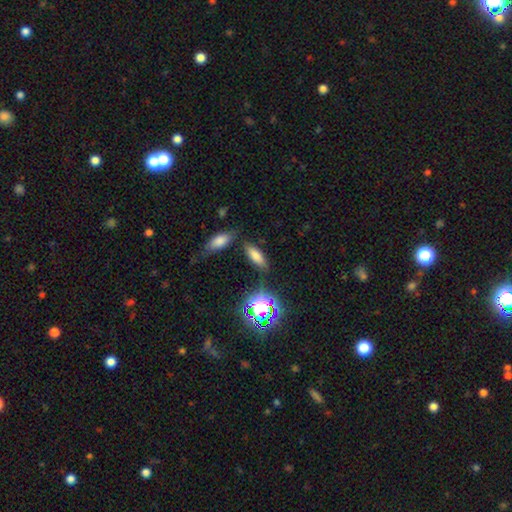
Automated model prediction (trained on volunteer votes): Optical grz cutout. It shows a smooth galaxy with no disk features (73%) that is in between round and cigar-shaped (68%). Merging: none (76%).